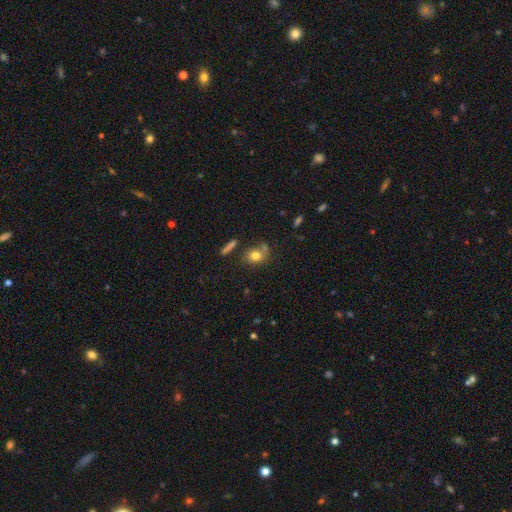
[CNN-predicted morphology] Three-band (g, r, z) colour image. It shows a smooth galaxy with no disk features (78%) that is in between round and cigar-shaped (49%). Merging: none (61%).